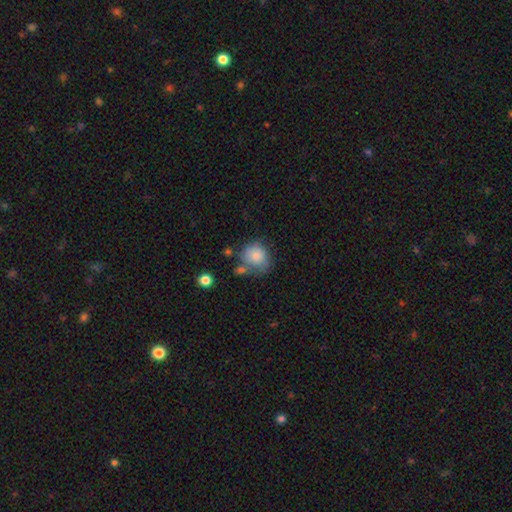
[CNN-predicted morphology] smooth-or-featured: smooth: 80% | featured or disk: 12% | star or artifact: 8%
  how-rounded: round: 79% | in between: 20% | cigar-shaped: 1%
  merging: none: 50% | minor disturbance: 25% | merger: 15% | major disturbance: 10%